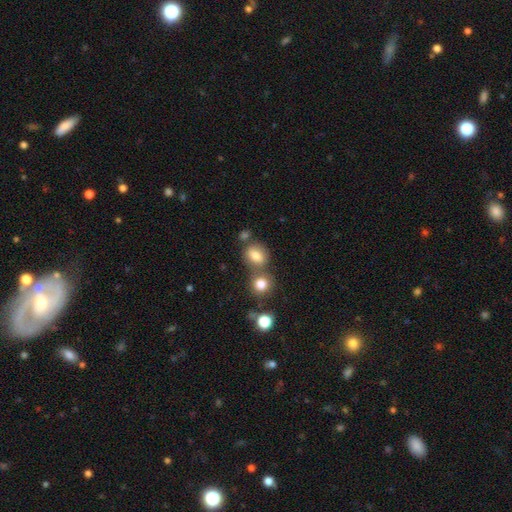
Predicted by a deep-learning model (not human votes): The model was most divided on "how rounded": in between: 58%, round: 41%, cigar-shaped: 2%. More confident: smooth or featured — smooth (78%); merging — none (55%).